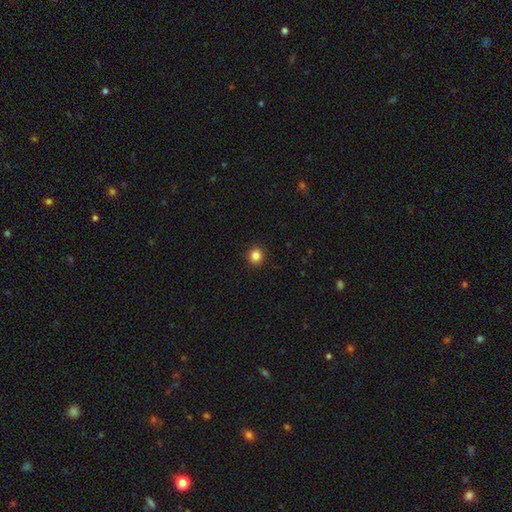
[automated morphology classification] Overall: smooth (85%). How rounded: round (88%). Merging: none (93%).